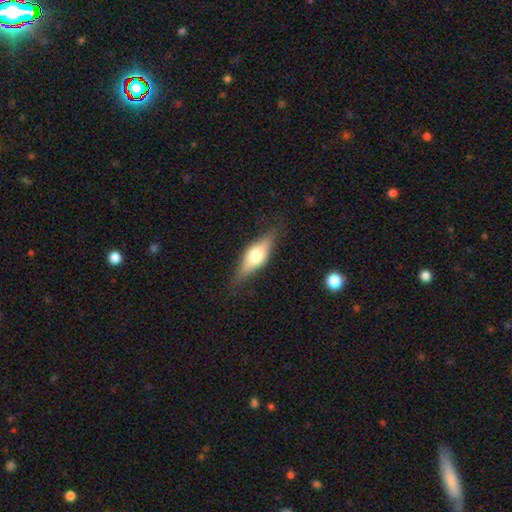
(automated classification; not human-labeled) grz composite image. It shows a featured or disk galaxy (48%). Merging: none (79%).